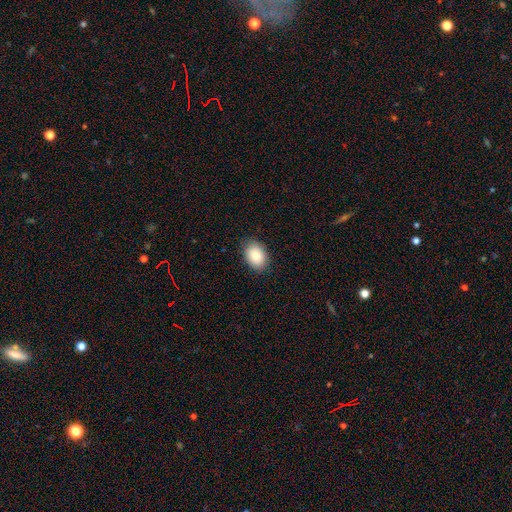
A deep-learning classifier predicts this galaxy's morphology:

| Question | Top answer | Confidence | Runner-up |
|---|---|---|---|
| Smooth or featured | smooth | 83% | featured or disk (9%) |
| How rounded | in between | 74% | round (25%) |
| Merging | none | 84% | minor disturbance (12%) |